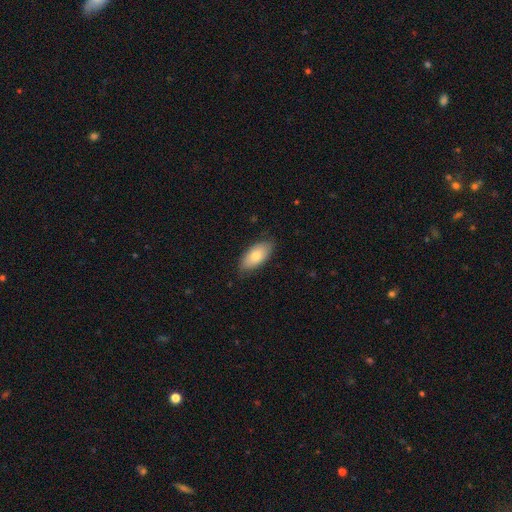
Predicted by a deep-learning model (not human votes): This is likely a smooth galaxy (76%). How rounded: clearly in between (92%). Merging: likely none (79%).